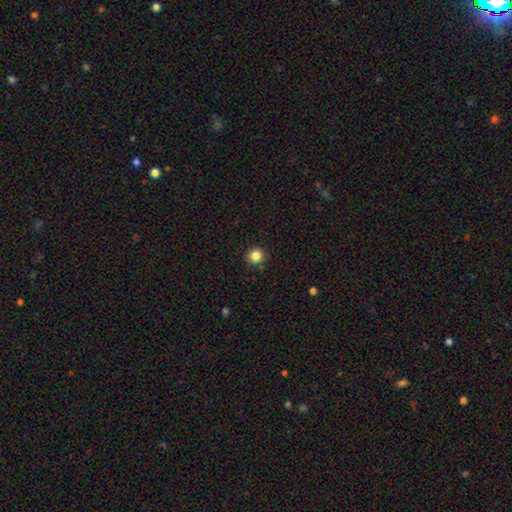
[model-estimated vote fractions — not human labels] Smooth or featured: smooth — 84% (star or artifact — 11%)
How rounded: round — 92% (in between — 7%)
Merging: none — 91% (minor disturbance — 6%)